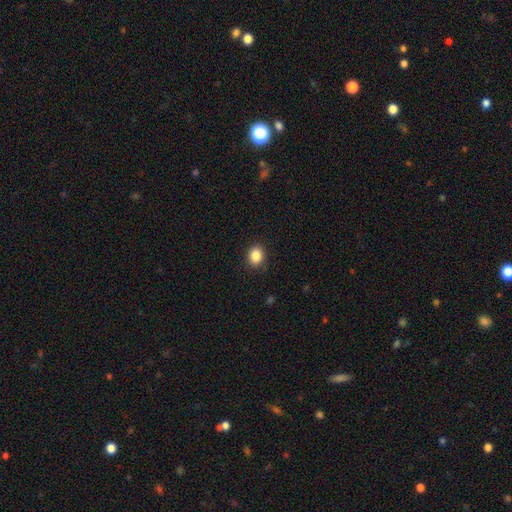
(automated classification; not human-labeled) This is clearly a smooth galaxy (87%). How rounded: possibly round (56%). Merging: clearly none (88%).